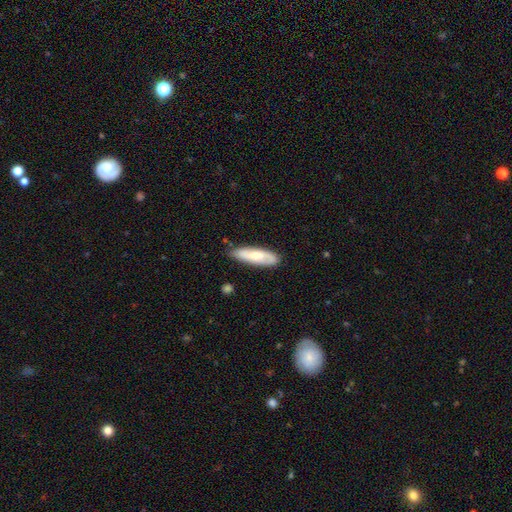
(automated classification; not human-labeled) A smooth galaxy with no disk features (60%) that is cigar-shaped (53%).

Vote fractions:
- Smooth or featured? smooth: 60% / featured or disk: 34% / star or artifact: 6%
- How rounded? cigar-shaped: 53% / in between: 45% / round: 2%
- Merging? none: 78% / minor disturbance: 17% / major disturbance: 3% / merger: 2%